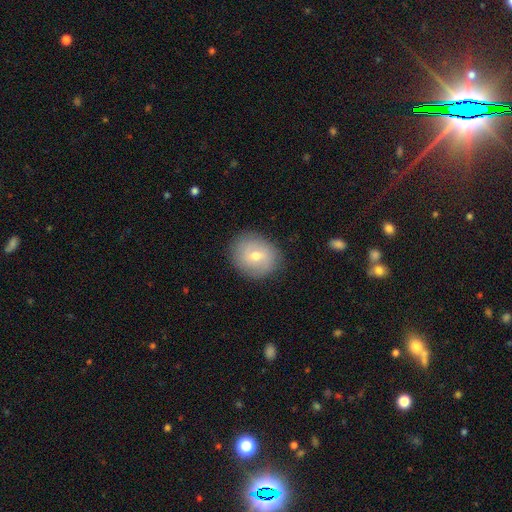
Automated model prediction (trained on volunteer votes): Smooth or featured? Predicted: smooth (p=0.62). How rounded? Predicted: round (p=0.67). Merging? Predicted: none (p=0.84).